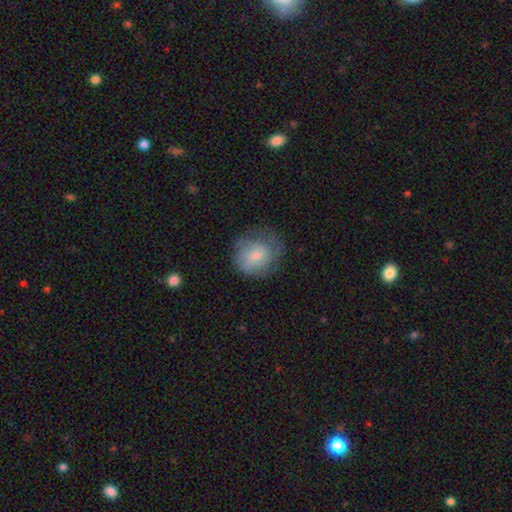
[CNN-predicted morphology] A smooth galaxy with no disk features (63%) that is round (73%).

Vote fractions:
- Smooth or featured? smooth: 63% / featured or disk: 30% / star or artifact: 7%
- How rounded? round: 73% / in between: 26% / cigar-shaped: 1%
- Merging? none: 56% / minor disturbance: 27% / major disturbance: 15% / merger: 1%